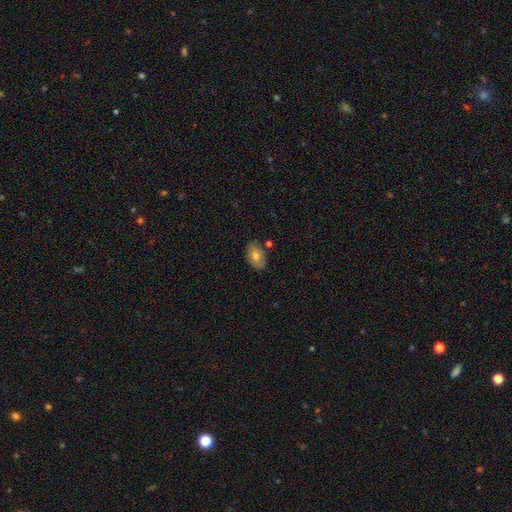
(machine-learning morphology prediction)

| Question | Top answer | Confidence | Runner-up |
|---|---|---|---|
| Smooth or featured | smooth | 73% | featured or disk (19%) |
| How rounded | in between | 89% | round (10%) |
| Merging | none | 79% | minor disturbance (14%) |